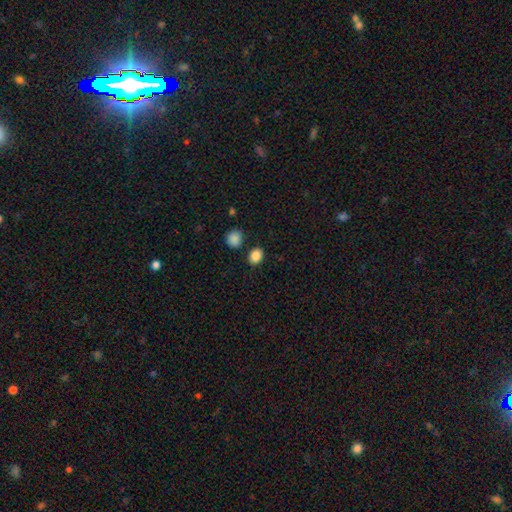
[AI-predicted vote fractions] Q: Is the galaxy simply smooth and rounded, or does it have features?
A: smooth — 86%.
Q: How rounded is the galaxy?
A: in between — 50%.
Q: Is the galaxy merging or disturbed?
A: none — 83%.